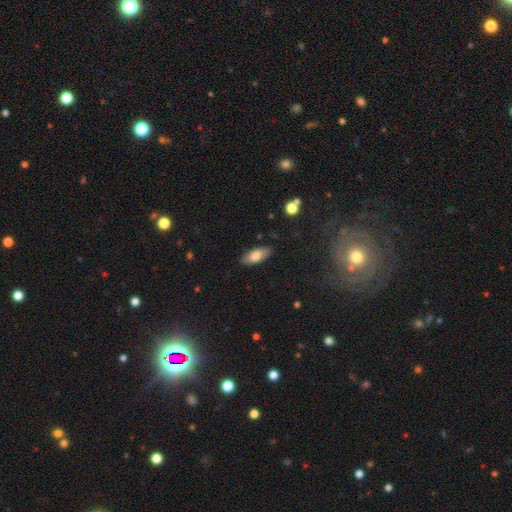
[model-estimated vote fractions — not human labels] smooth-or-featured: smooth: 77% | featured or disk: 16% | star or artifact: 7%
  how-rounded: in between: 84% | cigar-shaped: 14% | round: 2%
  merging: none: 87% | minor disturbance: 10% | major disturbance: 2% | merger: 1%